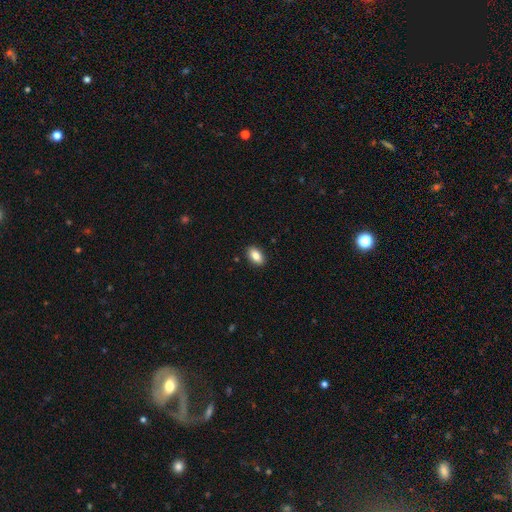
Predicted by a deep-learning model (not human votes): Smooth or featured? smooth (86%)
How rounded? in between (91%)
Merging? none (90%)